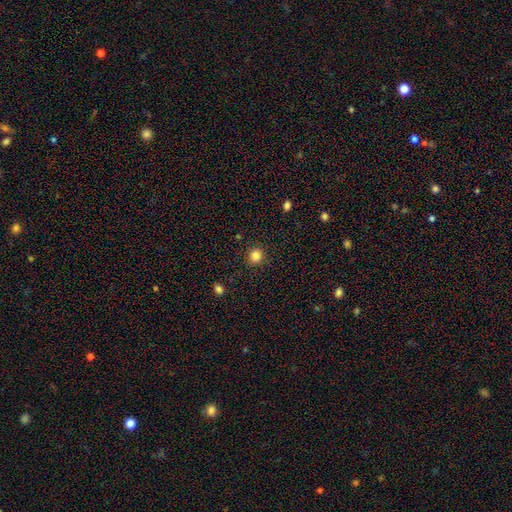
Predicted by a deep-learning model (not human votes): The model was most divided on "smooth or featured": smooth: 84%, star or artifact: 12%, featured or disk: 4%. More confident: merging — none (91%); how rounded — round (90%).